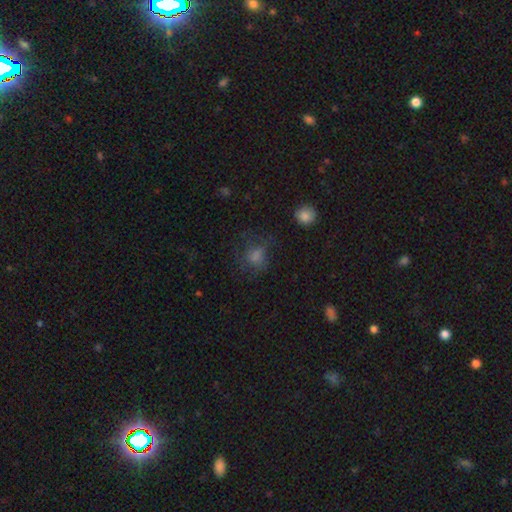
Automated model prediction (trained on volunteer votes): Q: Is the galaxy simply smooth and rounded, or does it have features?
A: smooth — 60%.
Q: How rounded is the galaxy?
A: round — 67%.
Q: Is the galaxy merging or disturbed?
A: none — 59%.